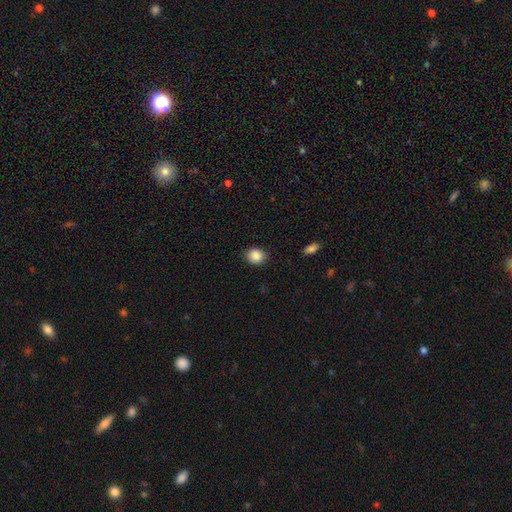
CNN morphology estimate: The model was most divided on "how rounded": round: 70%, in between: 29%, cigar-shaped: 1%. More confident: smooth or featured — smooth (88%); merging — none (88%).